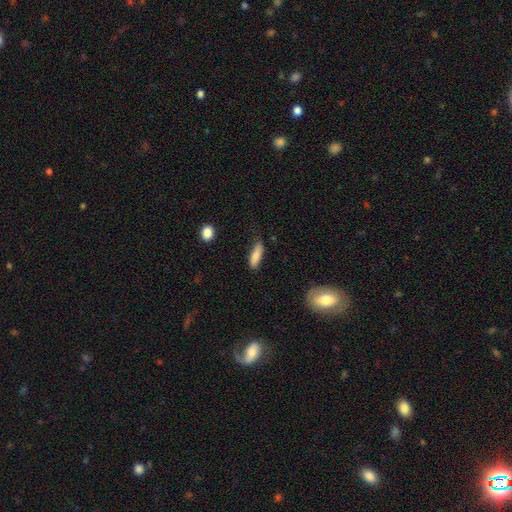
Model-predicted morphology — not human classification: type=smooth (83%); roundness=cigar-shaped (55%); merging=none (70%).